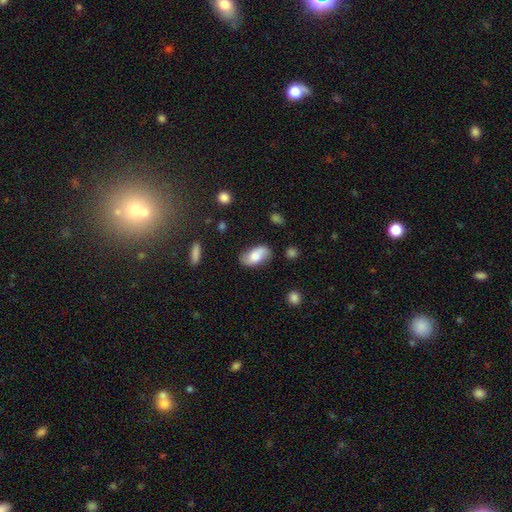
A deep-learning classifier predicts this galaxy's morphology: A smooth galaxy with no disk features (63%) that is in between round and cigar-shaped (92%). Merging: none (71%).